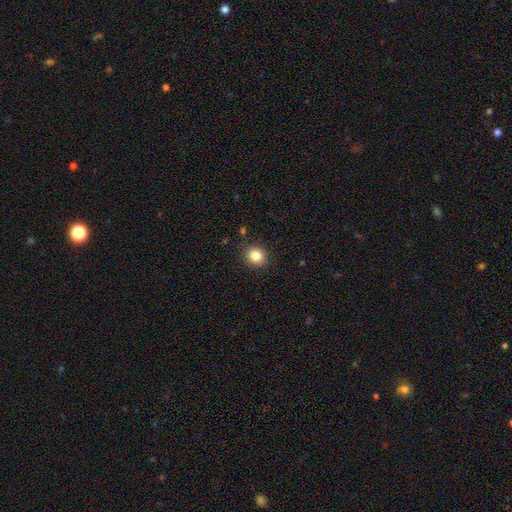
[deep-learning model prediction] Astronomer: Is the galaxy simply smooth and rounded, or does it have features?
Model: smooth — 85%.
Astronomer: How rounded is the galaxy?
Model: round — 89%.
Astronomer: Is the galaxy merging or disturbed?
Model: none — 90%.